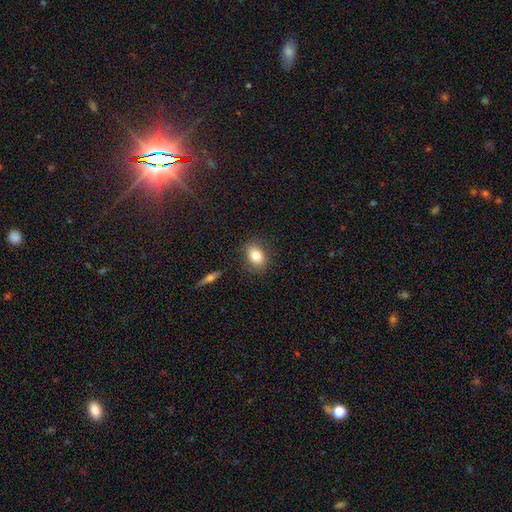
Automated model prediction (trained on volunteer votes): This appears to be a smooth galaxy with no disk features (80%) that is in between round and cigar-shaped (70%). Merging: none (82%).